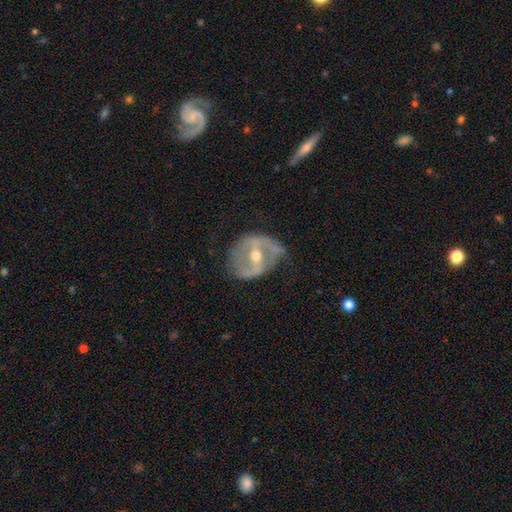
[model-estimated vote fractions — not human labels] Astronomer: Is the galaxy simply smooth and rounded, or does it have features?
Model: featured or disk — 81%.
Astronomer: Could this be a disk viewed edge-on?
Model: no — 95%.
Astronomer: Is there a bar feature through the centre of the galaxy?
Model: strong — 53% (runner-up: weak, 32%).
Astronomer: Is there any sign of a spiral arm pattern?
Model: yes — 73%.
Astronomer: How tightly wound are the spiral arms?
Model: medium — 42% (runner-up: loose, 34%).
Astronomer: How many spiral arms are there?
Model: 2 — 77%.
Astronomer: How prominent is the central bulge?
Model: moderate — 62%.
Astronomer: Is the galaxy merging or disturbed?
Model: none — 60%.